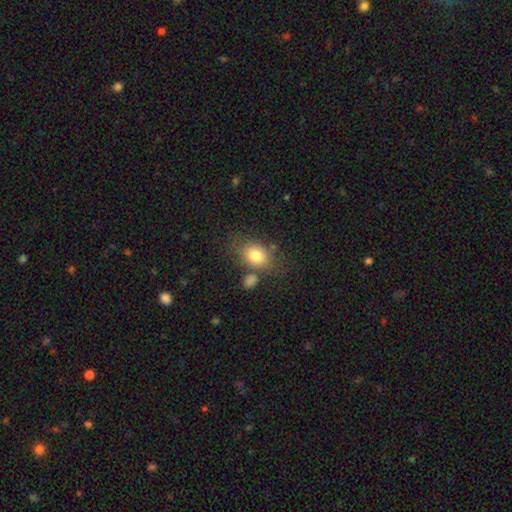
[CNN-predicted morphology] The model was most divided on "how rounded": in between: 65%, round: 33%, cigar-shaped: 1%. More confident: smooth or featured — smooth (79%); merging — none (64%).